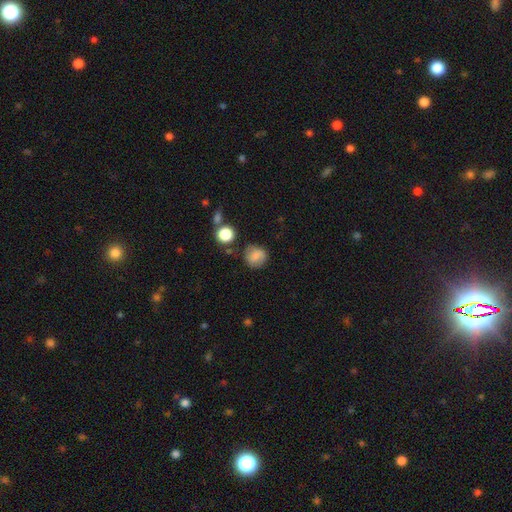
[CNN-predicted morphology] smooth_or_featured: smooth (p=0.75) [alt: featured or disk p=0.14]
how_rounded: round (p=0.80) [alt: in between p=0.19]
merging: none (p=0.74) [alt: minor disturbance p=0.17]